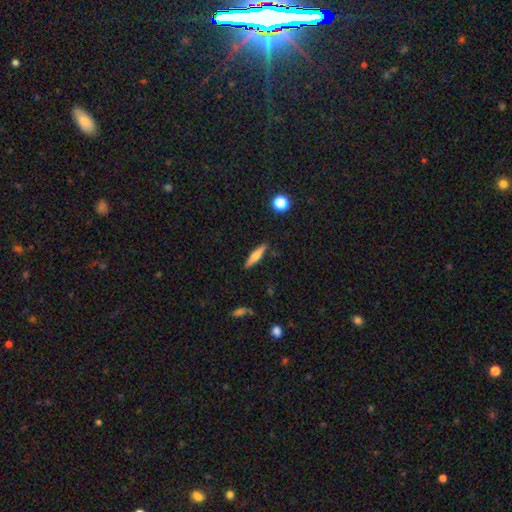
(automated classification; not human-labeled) Morphology: type=smooth (60%); roundness=cigar-shaped (82%); merging=none (88%).